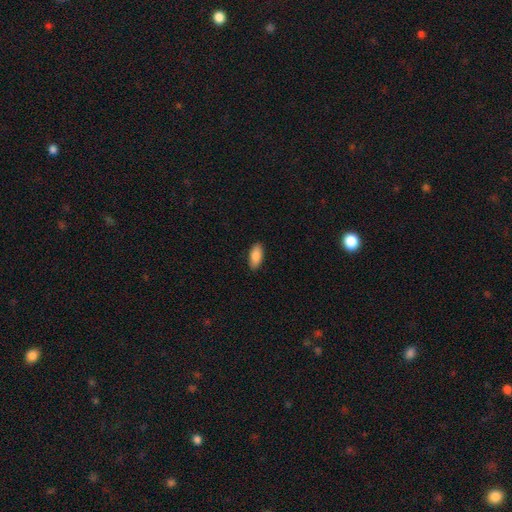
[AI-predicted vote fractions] Smooth or featured?
  - smooth: 87% *
  - featured or disk: 7%
  - star or artifact: 6%
How rounded?
  - in between: 89% *
  - cigar-shaped: 9%
  - round: 2%
Merging?
  - none: 89% *
  - minor disturbance: 8%
  - major disturbance: 2%
  - merger: 1%